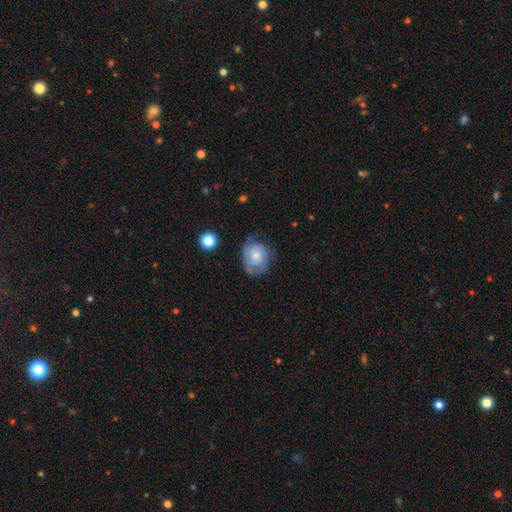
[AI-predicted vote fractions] Smooth or featured? Predicted: smooth (p=0.48). Merging? Predicted: none (p=0.54).